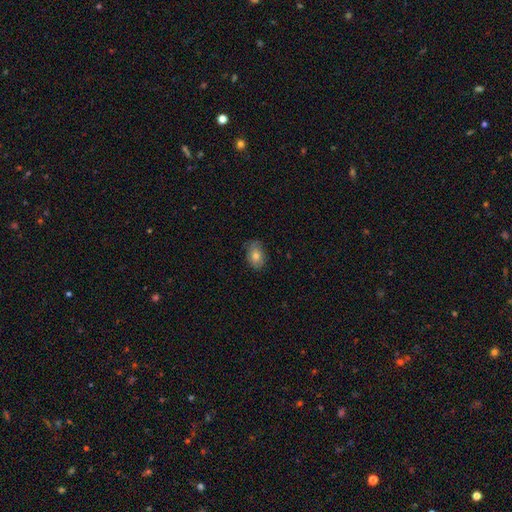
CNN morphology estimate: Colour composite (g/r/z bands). It shows a smooth galaxy with no disk features (73%) that is in between round and cigar-shaped (80%). Merging: none (77%).